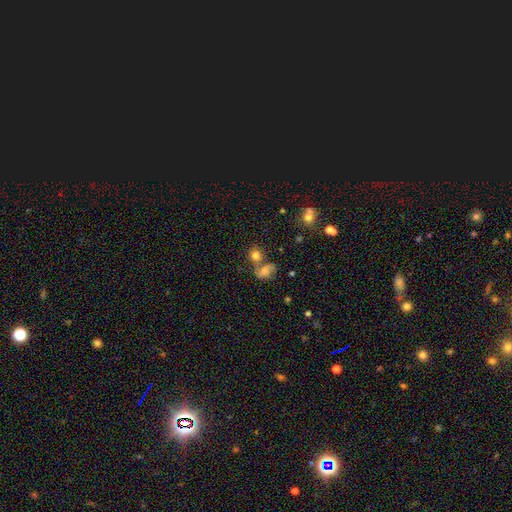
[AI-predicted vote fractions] Smooth or featured: smooth — 73% (featured or disk — 14%)
How rounded: round — 80% (in between — 19%)
Merging: none — 47% (merger — 38%)